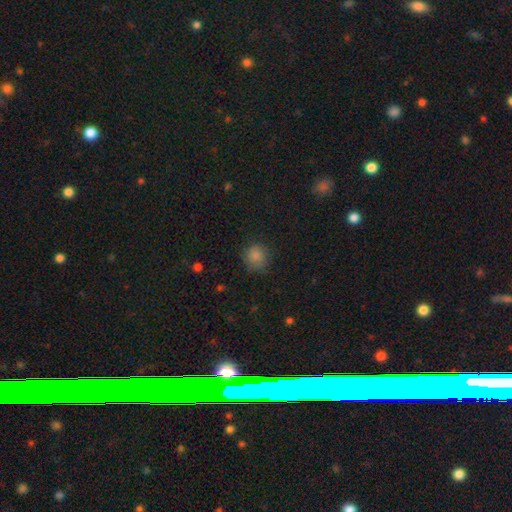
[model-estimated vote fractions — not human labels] Smooth or featured? Predicted: smooth (p=0.83). How rounded? Predicted: round (p=0.88). Merging? Predicted: none (p=0.77).